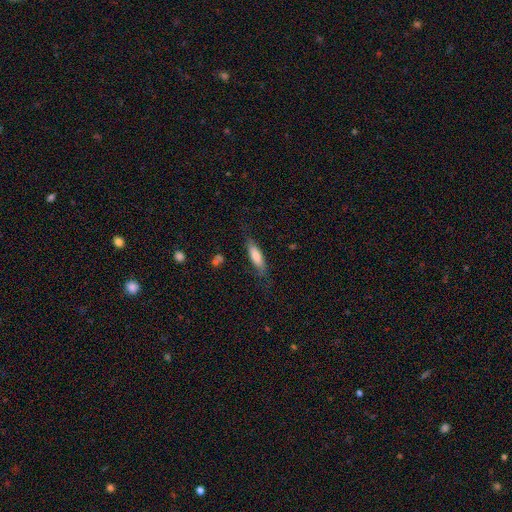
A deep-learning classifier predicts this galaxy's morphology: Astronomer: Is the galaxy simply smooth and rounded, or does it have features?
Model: smooth — 73%.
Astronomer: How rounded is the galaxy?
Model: cigar-shaped — 52% (runner-up: in between, 46%).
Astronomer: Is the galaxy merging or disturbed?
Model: none — 71%.